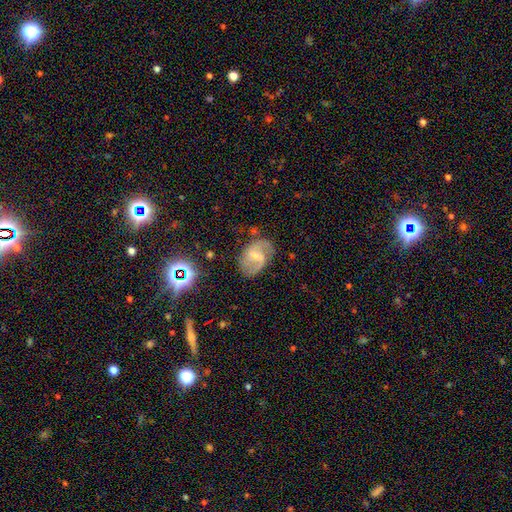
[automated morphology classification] This is likely a featured or disk galaxy (77%). It is clearly not viewed edge-on (98%). Bar: possibly weak (58%). Spiral arm pattern: clearly yes (93%). Spiral arm count: clearly 2 (84%). Spiral winding: possibly medium (53%). Central bulge: possibly small (47%). Merging: likely none (65%).